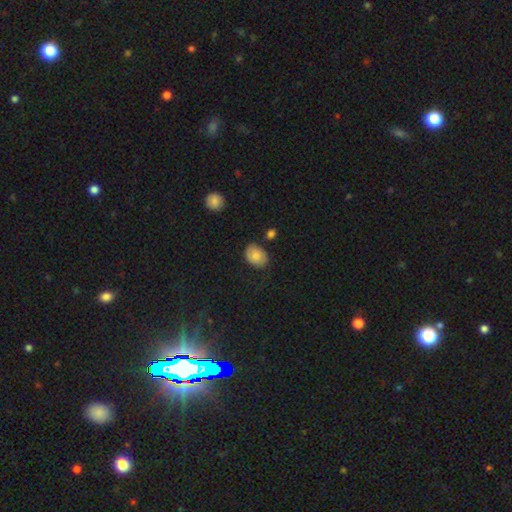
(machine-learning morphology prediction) Smooth or featured?
  - smooth: 76% *
  - featured or disk: 15%
  - star or artifact: 8%
How rounded?
  - in between: 66% *
  - round: 33%
  - cigar-shaped: 1%
Merging?
  - none: 72% *
  - minor disturbance: 19%
  - major disturbance: 5%
  - merger: 3%